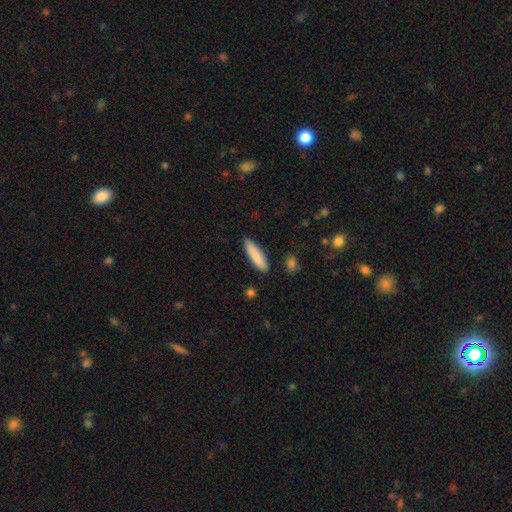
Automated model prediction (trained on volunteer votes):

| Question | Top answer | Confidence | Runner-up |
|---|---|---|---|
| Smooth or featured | smooth | 86% | featured or disk (8%) |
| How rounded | cigar-shaped | 69% | in between (29%) |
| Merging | none | 88% | minor disturbance (9%) |